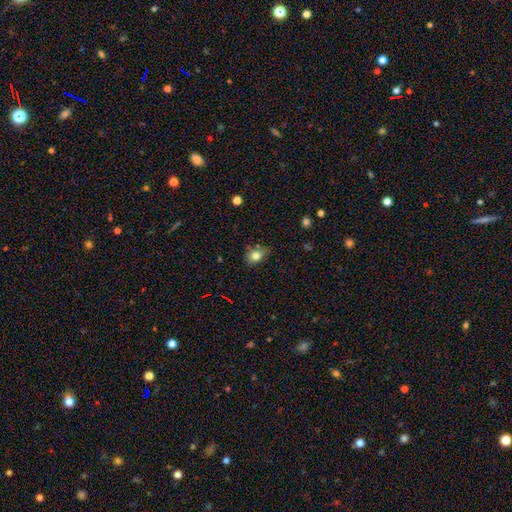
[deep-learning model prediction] Smooth or featured: smooth — 79% (star or artifact — 11%)
How rounded: in between — 61% (round — 37%)
Merging: none — 60% (minor disturbance — 29%)